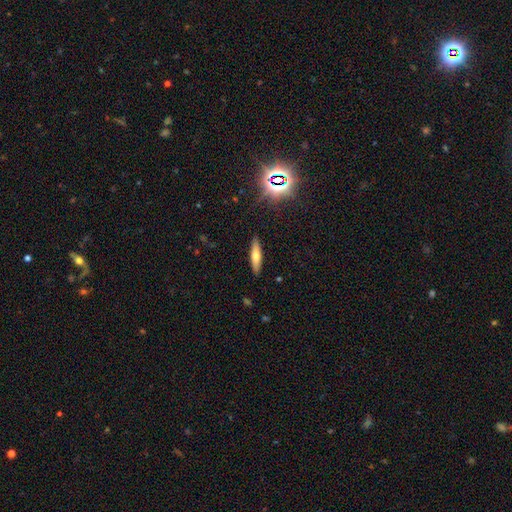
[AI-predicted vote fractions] This is possibly a smooth galaxy (60%). How rounded: likely cigar-shaped (77%). Merging: clearly none (89%).